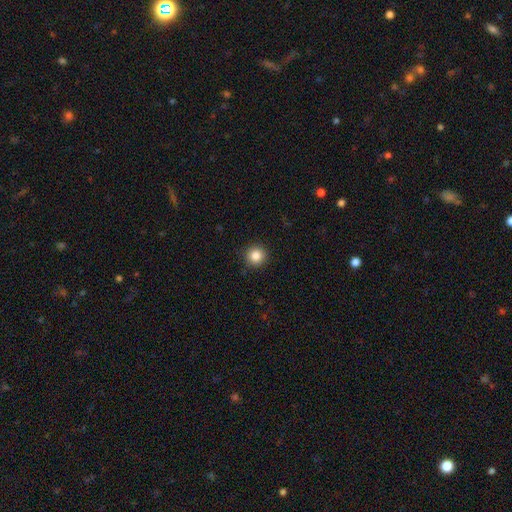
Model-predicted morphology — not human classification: This is clearly a smooth galaxy (85%). How rounded: clearly round (95%). Merging: clearly none (92%).